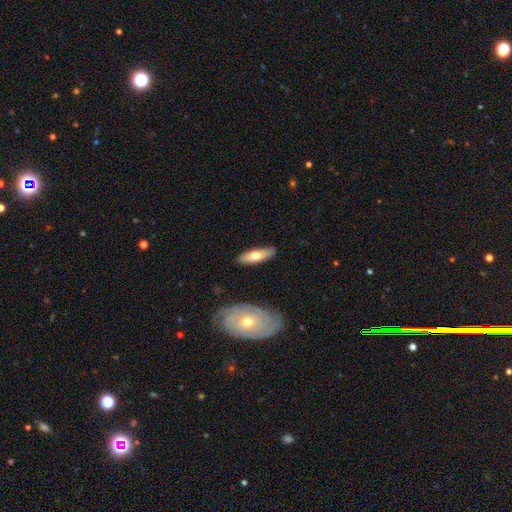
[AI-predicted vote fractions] This appears to be a smooth galaxy with no disk features (63%) that is cigar-shaped (56%). Merging: none (84%).